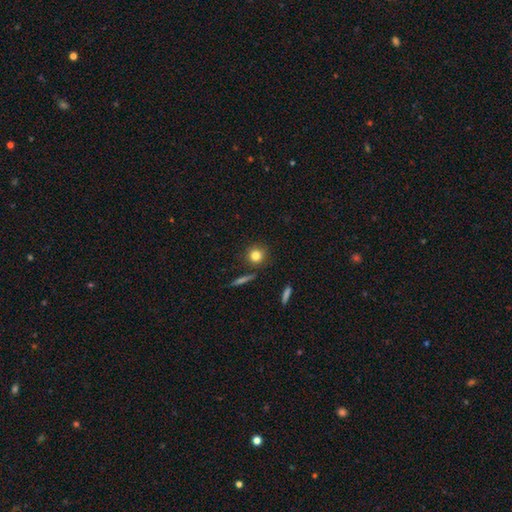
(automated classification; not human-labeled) Morphology: type=smooth (81%); roundness=round (89%); merging=none (82%).